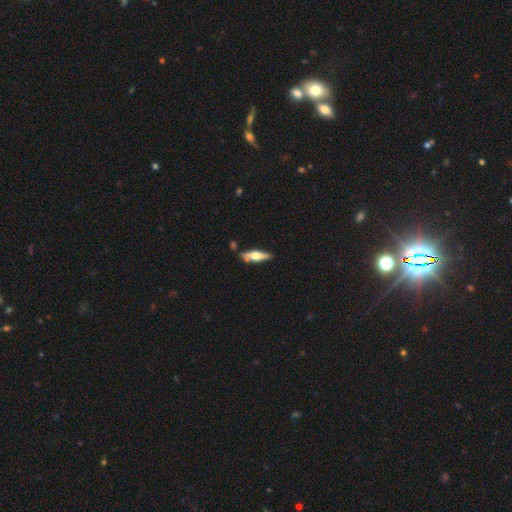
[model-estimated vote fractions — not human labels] A featured or disk galaxy (55%) viewed edge-on (92%) with a rounded central bulge (91%). Merging: none (78%).